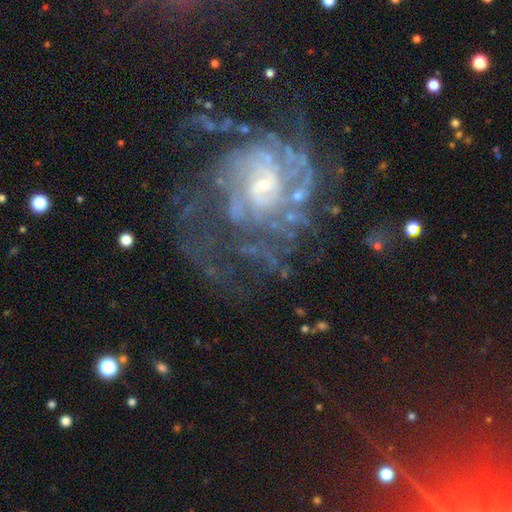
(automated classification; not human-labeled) Smooth or featured: featured or disk — 82% (star or artifact — 10%)
Edge-on disk: no — 97% (yes — 3%)
Bar: no — 57% (weak — 35%)
Spiral arms: yes — 89% (no — 11%)
Spiral winding: tight — 51% (medium — 34%)
Spiral arm count: can't tell — 44% (2 — 17%)
Bulge size: small — 54% (moderate — 33%)
Merging: none — 53% (major disturbance — 26%)